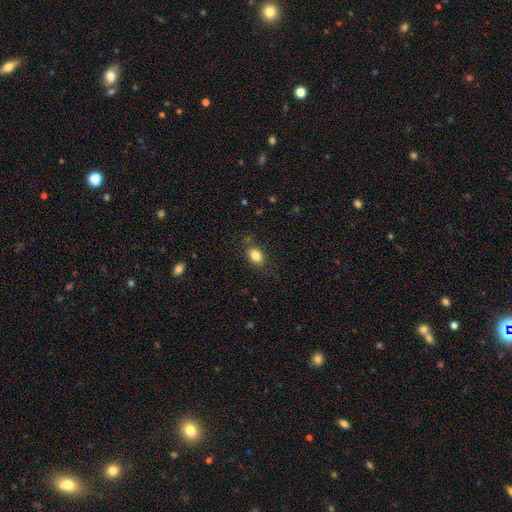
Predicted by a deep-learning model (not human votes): Smooth or featured?
  - smooth: 83% *
  - star or artifact: 9%
  - featured or disk: 8%
How rounded?
  - in between: 81% *
  - round: 17%
  - cigar-shaped: 2%
Merging?
  - none: 82% *
  - minor disturbance: 13%
  - major disturbance: 3%
  - merger: 2%